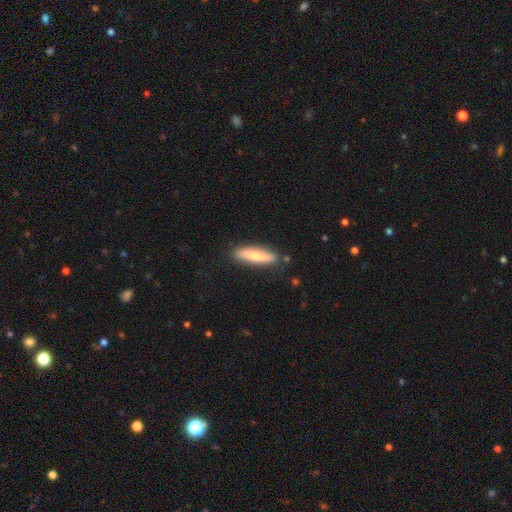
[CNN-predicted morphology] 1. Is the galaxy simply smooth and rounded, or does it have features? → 74% smooth, 21% featured or disk, 5% star or artifact.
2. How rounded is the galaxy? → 78% cigar-shaped, 21% in between, 1% round.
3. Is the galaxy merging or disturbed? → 84% none, 11% minor disturbance, 2% major disturbance, 2% merger.